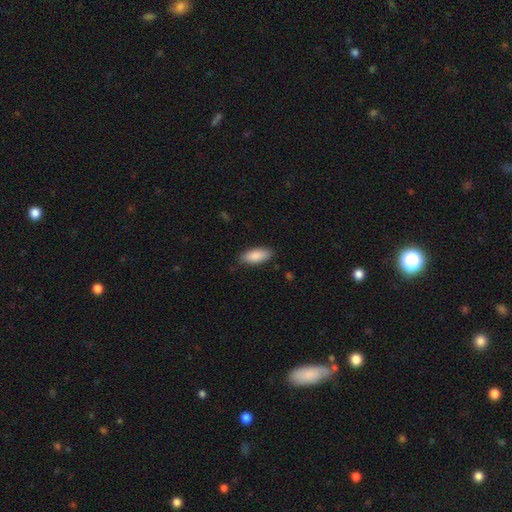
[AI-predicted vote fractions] A smooth galaxy with no disk features (88%) that is in between round and cigar-shaped (81%). Merging: none (81%).